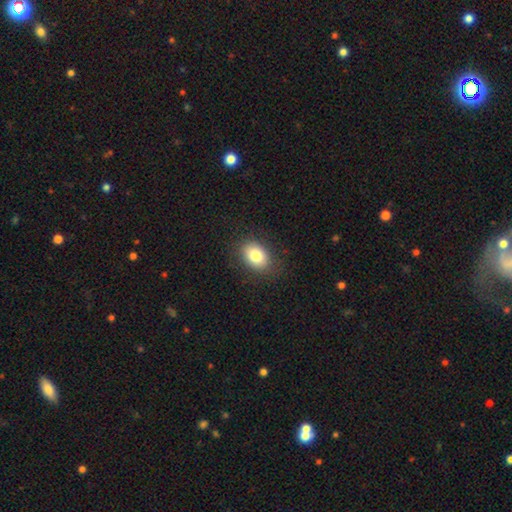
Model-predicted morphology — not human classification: Smooth or featured? Predicted: smooth (p=0.82). How rounded? Predicted: in between (p=0.75). Merging? Predicted: none (p=0.85).